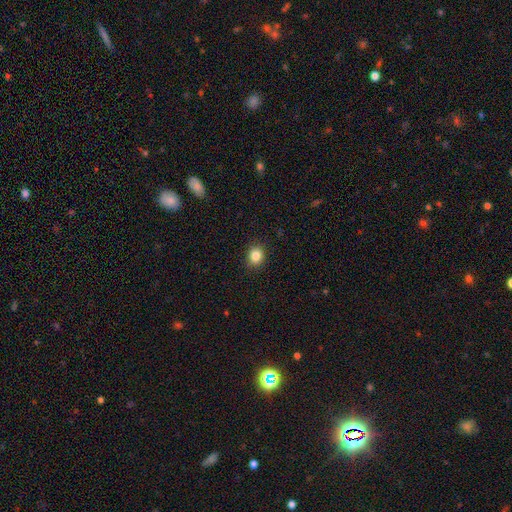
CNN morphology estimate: Overall: smooth (85%). How rounded: round (69%; in between 30%). Merging: none (90%).